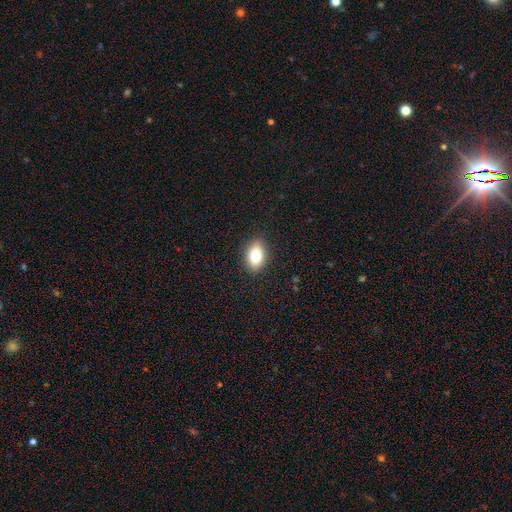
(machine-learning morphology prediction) Smooth or featured? Predicted: smooth (p=0.81). How rounded? Predicted: in between (p=0.87). Merging? Predicted: none (p=0.88).